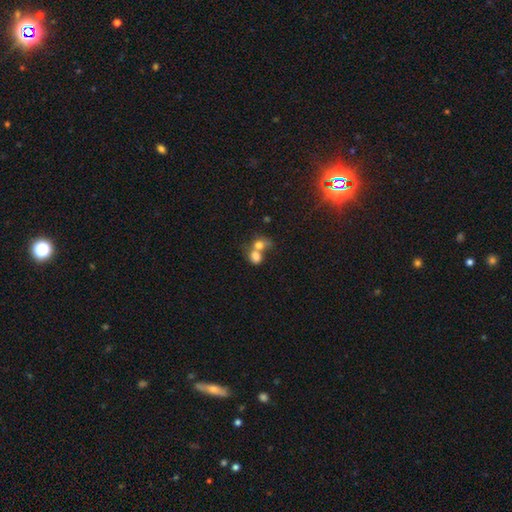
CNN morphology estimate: Smooth or featured? smooth (74%)
How rounded? round (50%)
Merging? merger (72%)